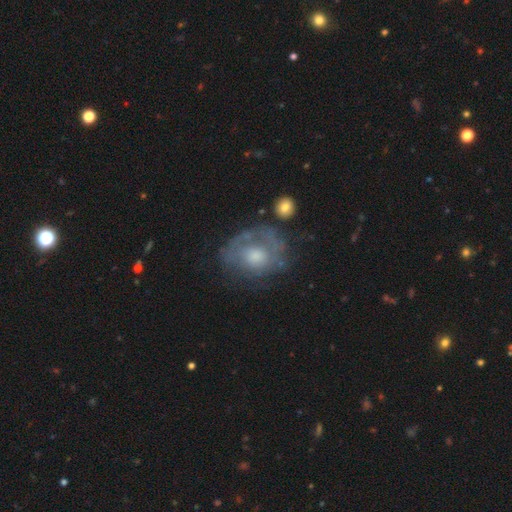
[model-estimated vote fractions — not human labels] Smooth or featured? featured or disk (58%)
Edge-on disk? no (96%)
Bar? no (84%)
Spiral arms? no (51%)
Bulge size? moderate (54%)
Merging? none (52%)